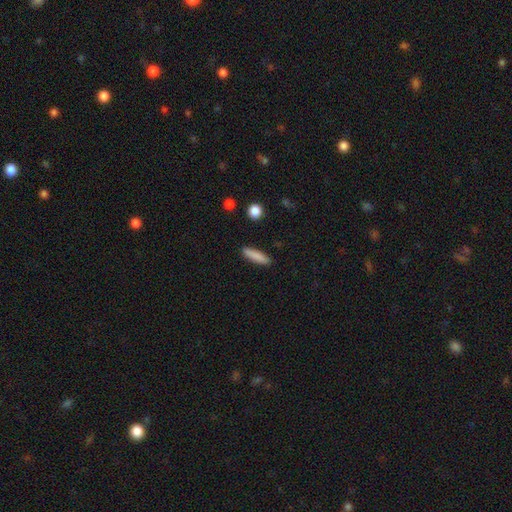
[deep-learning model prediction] A smooth galaxy with no disk features (85%) that is cigar-shaped (75%).

Vote fractions:
- Smooth or featured? smooth: 85% / featured or disk: 8% / star or artifact: 7%
- How rounded? cigar-shaped: 75% / in between: 23% / round: 2%
- Merging? none: 88% / minor disturbance: 8% / major disturbance: 2% / merger: 2%